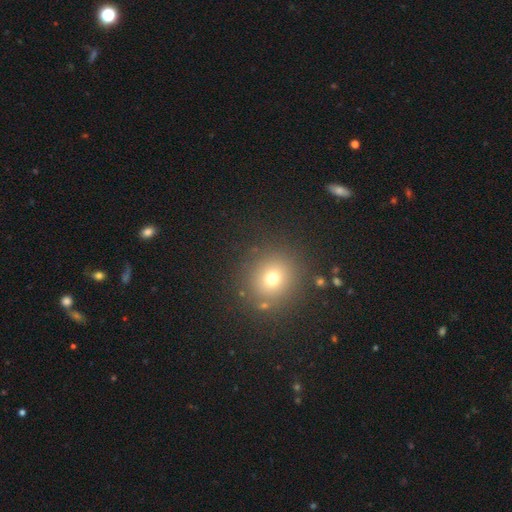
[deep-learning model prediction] This appears to be a smooth galaxy with no disk features (59%) that is round (89%). Merging: none (90%).